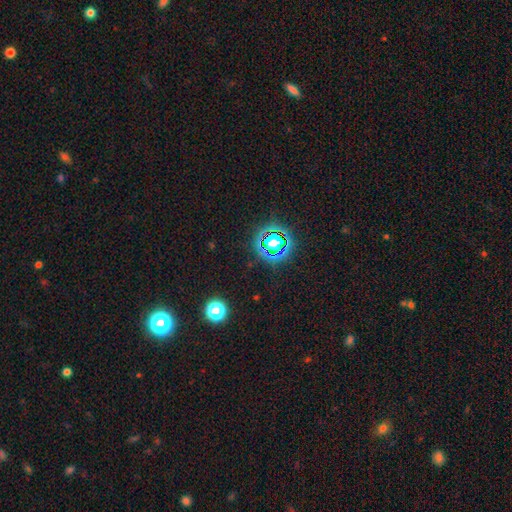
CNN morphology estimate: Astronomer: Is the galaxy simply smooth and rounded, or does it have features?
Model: star or artifact — 76%.